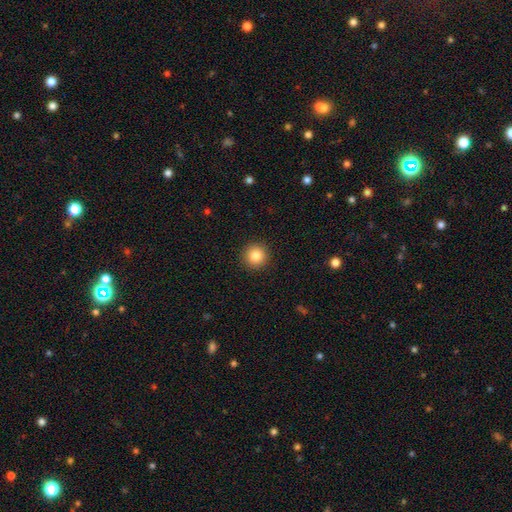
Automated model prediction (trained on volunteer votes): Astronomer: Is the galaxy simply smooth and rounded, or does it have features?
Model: smooth — 84%.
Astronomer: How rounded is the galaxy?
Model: round — 95%.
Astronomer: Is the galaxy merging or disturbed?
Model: none — 93%.